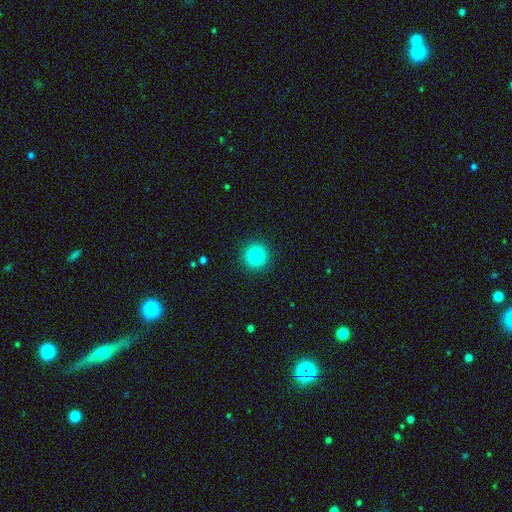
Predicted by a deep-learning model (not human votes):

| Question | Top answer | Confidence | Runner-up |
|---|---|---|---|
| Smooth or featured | smooth | 83% | star or artifact (11%) |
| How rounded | round | 95% | in between (4%) |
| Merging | none | 92% | minor disturbance (5%) |